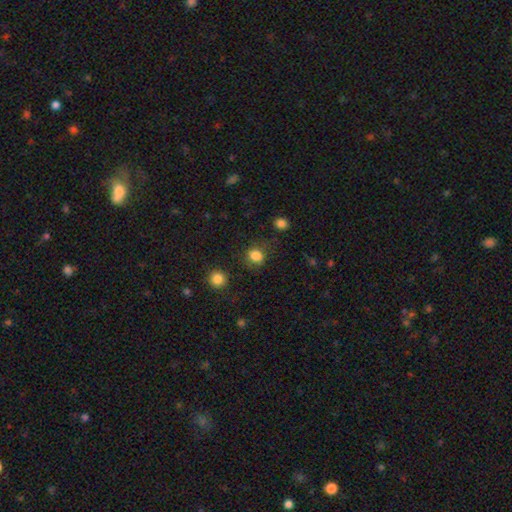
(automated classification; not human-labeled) Q: Smooth or featured?
A: smooth (83%); runner-up: star or artifact (12%)
Q: How rounded?
A: round (77%); runner-up: in between (22%)
Q: Merging?
A: none (79%); runner-up: minor disturbance (14%)